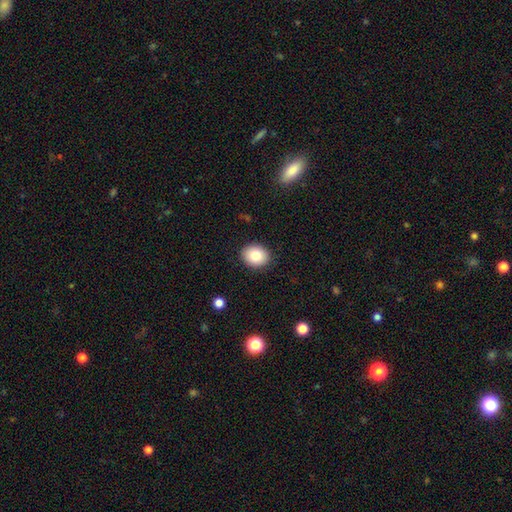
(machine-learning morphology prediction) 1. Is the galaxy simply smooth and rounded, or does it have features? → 82% smooth, 9% star or artifact, 9% featured or disk.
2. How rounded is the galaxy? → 62% round, 38% in between, 1% cigar-shaped.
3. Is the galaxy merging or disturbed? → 90% none, 7% minor disturbance, 2% major disturbance, 1% merger.